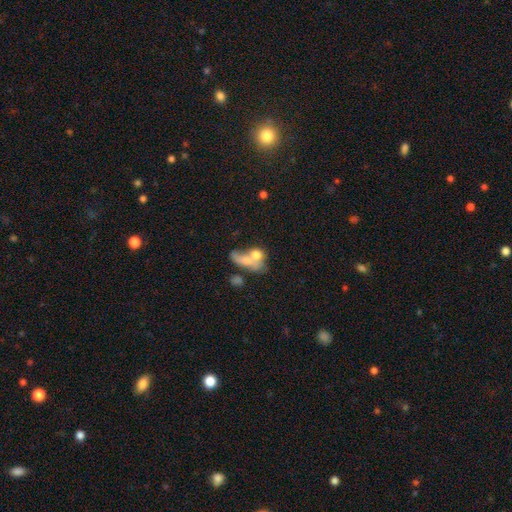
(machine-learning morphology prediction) Smooth or featured?
  - smooth: 61% *
  - featured or disk: 29%
  - star or artifact: 10%
How rounded?
  - in between: 64% *
  - round: 31%
  - cigar-shaped: 5%
Merging?
  - merger: 62% *
  - major disturbance: 15%
  - none: 14%
  - minor disturbance: 8%